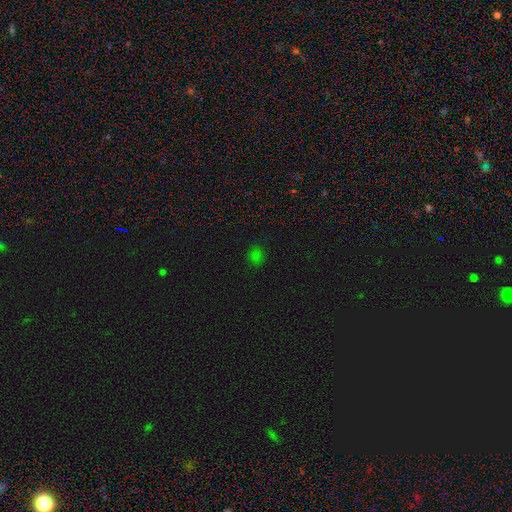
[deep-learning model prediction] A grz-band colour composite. It shows a smooth galaxy with no disk features (70%) that is round (69%). Merging: none (85%).